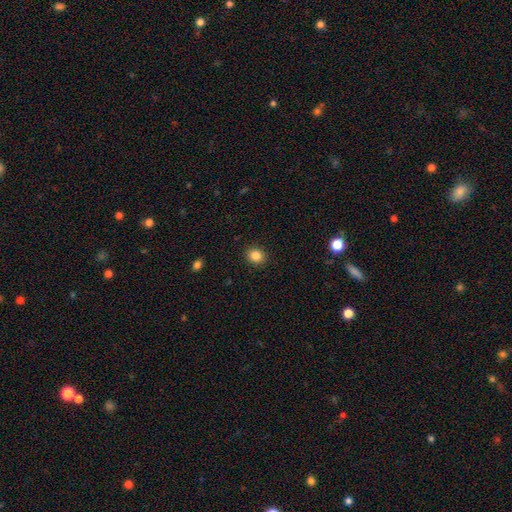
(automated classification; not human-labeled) This is clearly a smooth galaxy (85%). How rounded: likely round (76%). Merging: clearly none (91%).